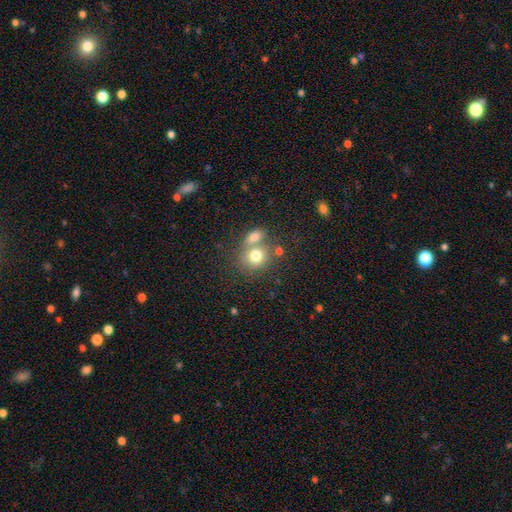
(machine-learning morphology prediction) A smooth galaxy with no disk features (76%) that is round (69%).

Vote fractions:
- Smooth or featured? smooth: 76% / featured or disk: 14% / star or artifact: 11%
- How rounded? round: 69% / in between: 30% / cigar-shaped: 1%
- Merging? merger: 44% / none: 42% / minor disturbance: 9% / major disturbance: 4%